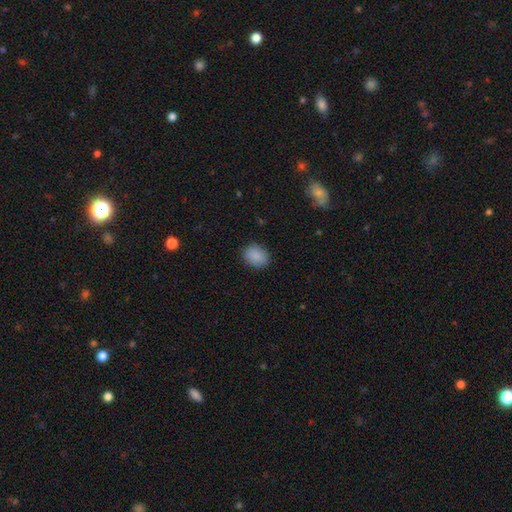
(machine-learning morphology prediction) Overall: smooth (89%). How rounded: in between (51%; round 48%). Merging: none (87%).